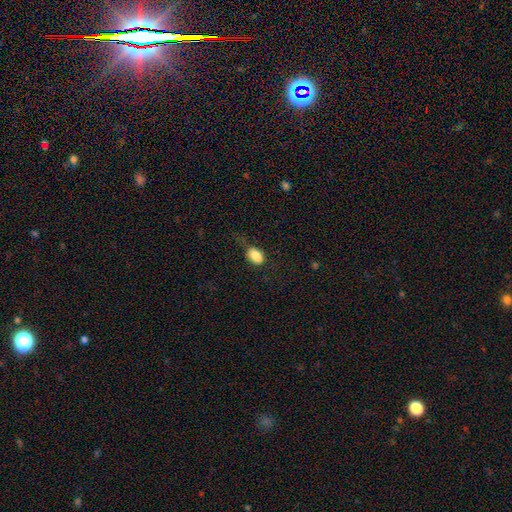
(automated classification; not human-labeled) This appears to be a smooth galaxy with no disk features (86%) that is in between round and cigar-shaped (84%). Merging: none (54%).